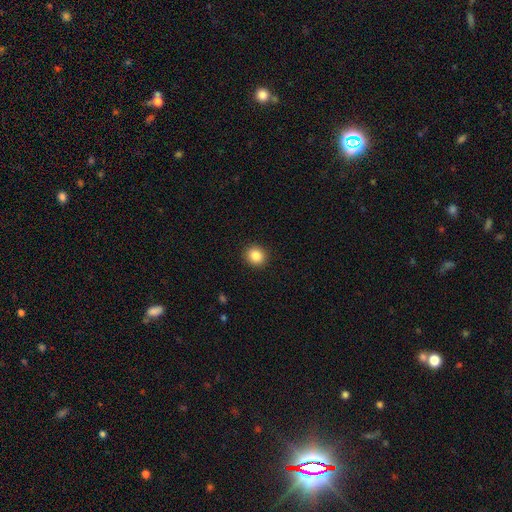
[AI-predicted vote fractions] Overall: smooth (86%). How rounded: round (84%). Merging: none (91%).